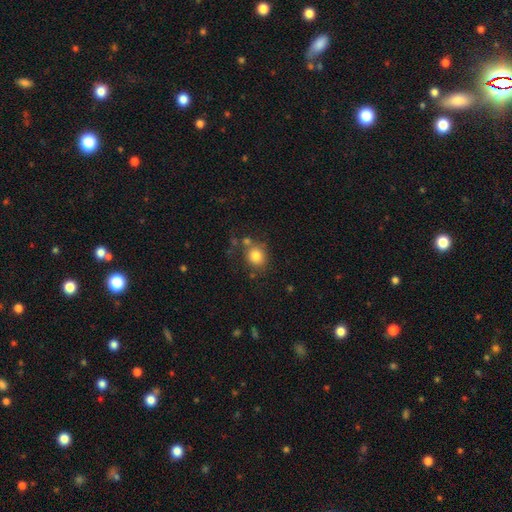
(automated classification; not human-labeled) Morphology: type=smooth (82%); roundness=round (79%); merging=none (70%).